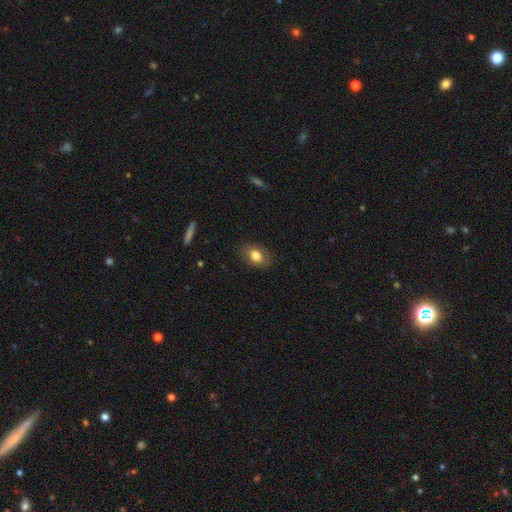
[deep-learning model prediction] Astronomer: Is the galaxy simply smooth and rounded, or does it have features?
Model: smooth — 78%.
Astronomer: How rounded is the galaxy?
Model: in between — 81%.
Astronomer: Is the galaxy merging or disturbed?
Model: none — 81%.